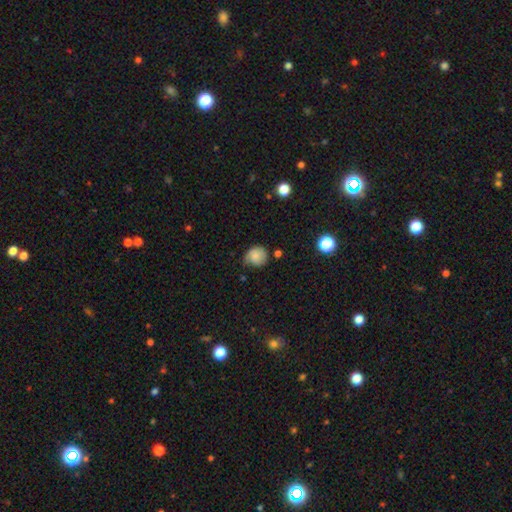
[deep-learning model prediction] smooth-or-featured: smooth: 69% | featured or disk: 22% | star or artifact: 9%
  how-rounded: round: 76% | in between: 23% | cigar-shaped: 1%
  merging: none: 52% | minor disturbance: 33% | major disturbance: 12% | merger: 3%